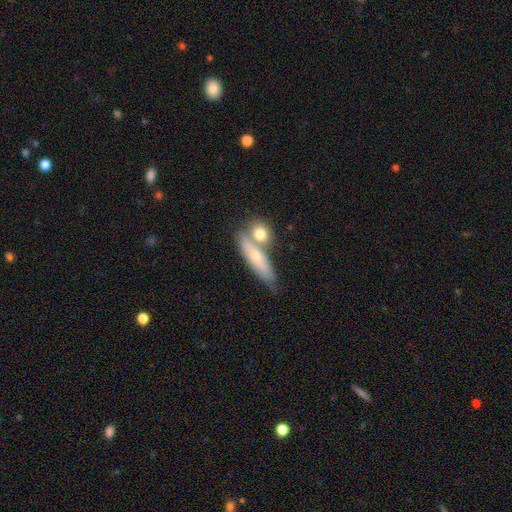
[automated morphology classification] smooth_or_featured: smooth (p=0.59) [alt: featured or disk p=0.35]
how_rounded: cigar-shaped (p=0.60) [alt: in between p=0.33]
merging: none (p=0.49) [alt: merger p=0.33]